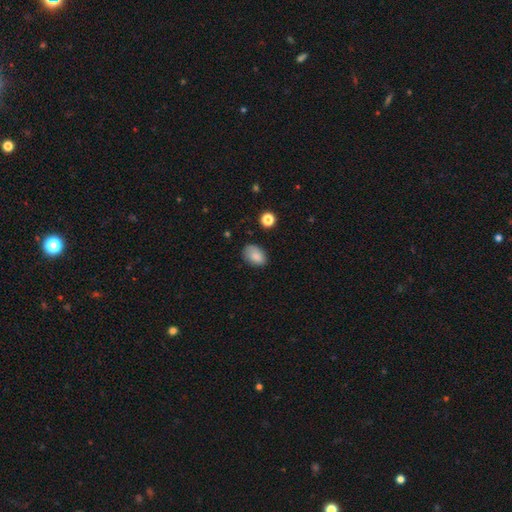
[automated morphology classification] Overall: smooth (85%). How rounded: in between (83%). Merging: none (73%).